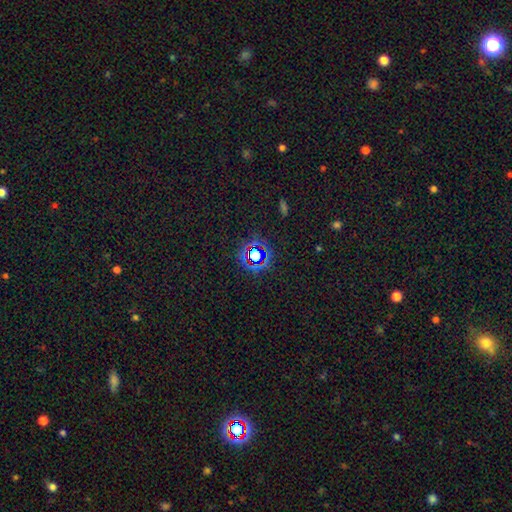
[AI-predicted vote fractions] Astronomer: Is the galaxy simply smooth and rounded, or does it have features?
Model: star or artifact — 71%.